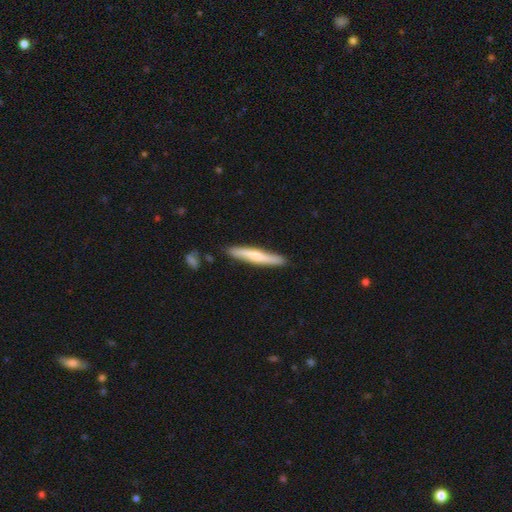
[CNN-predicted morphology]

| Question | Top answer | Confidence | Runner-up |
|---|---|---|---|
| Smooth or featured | smooth | 60% | featured or disk (36%) |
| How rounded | cigar-shaped | 94% | in between (4%) |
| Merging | none | 85% | minor disturbance (11%) |